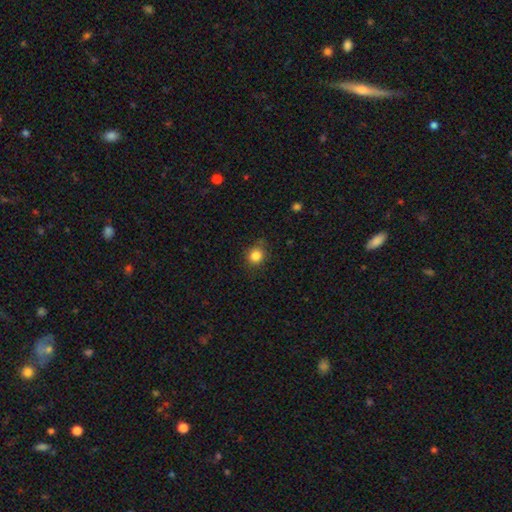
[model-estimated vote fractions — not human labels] This appears to be a smooth galaxy with no disk features (85%) that is round (82%). Merging: none (81%).